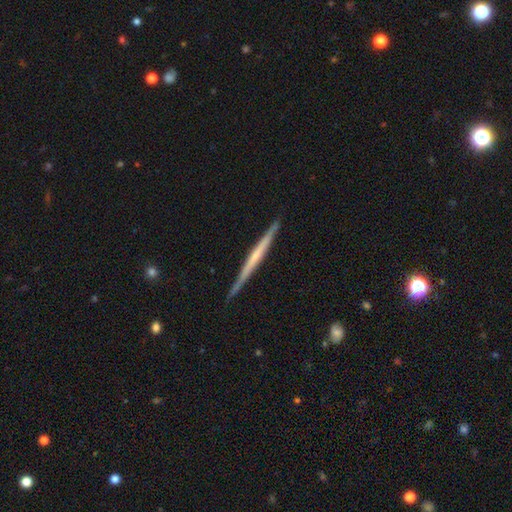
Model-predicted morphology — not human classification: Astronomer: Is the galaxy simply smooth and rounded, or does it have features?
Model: featured or disk — 67%.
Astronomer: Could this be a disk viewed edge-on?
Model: yes — 98%.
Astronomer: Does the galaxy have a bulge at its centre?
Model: none — 69%.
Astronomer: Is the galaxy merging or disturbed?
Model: none — 89%.